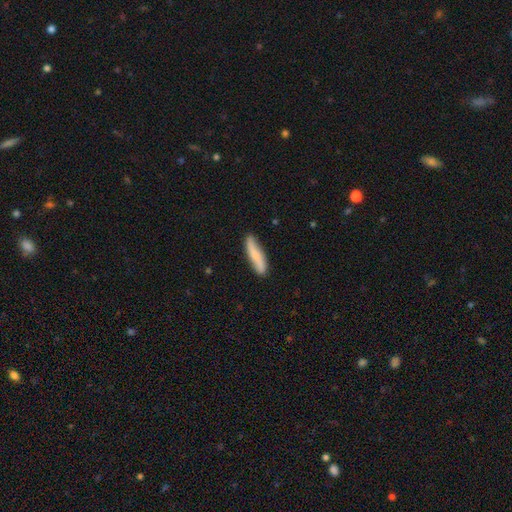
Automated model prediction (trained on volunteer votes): smooth-or-featured: smooth: 55% | featured or disk: 40% | star or artifact: 6%
  how-rounded: cigar-shaped: 78% | in between: 20% | round: 2%
  merging: none: 83% | minor disturbance: 13% | major disturbance: 2% | merger: 2%